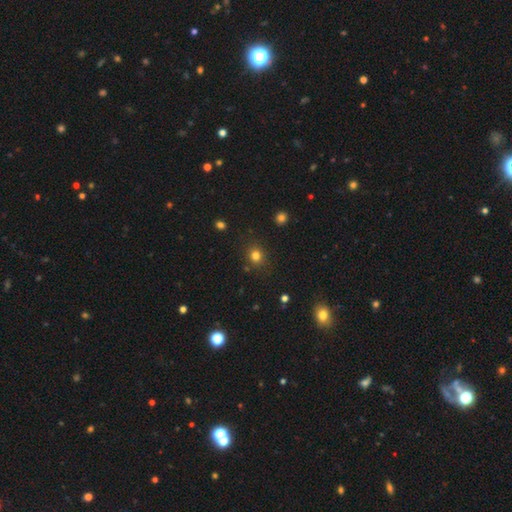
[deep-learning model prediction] Smooth or featured? Predicted: smooth (p=0.79). How rounded? Predicted: round (p=0.79). Merging? Predicted: none (p=0.84).